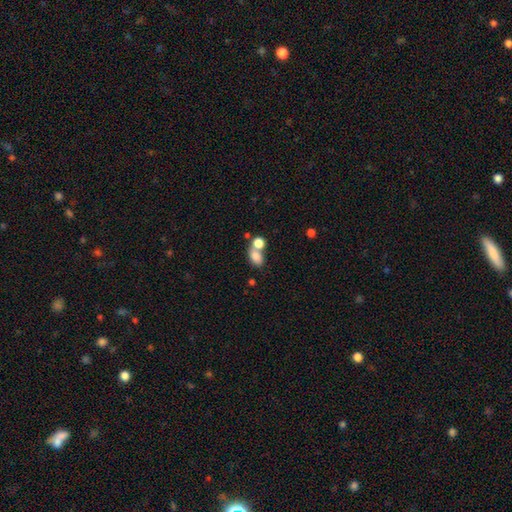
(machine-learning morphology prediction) Smooth or featured?
  - smooth: 79% *
  - featured or disk: 10%
  - star or artifact: 10%
How rounded?
  - in between: 76% *
  - round: 22%
  - cigar-shaped: 2%
Merging?
  - merger: 52% *
  - none: 33%
  - minor disturbance: 10%
  - major disturbance: 6%